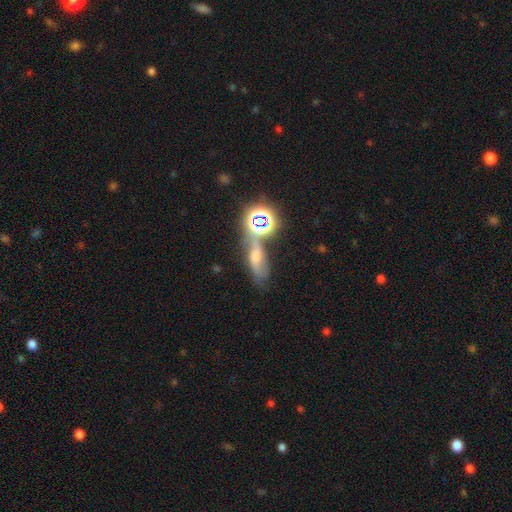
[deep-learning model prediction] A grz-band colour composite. It shows a star or artifact, not a galaxy (40%).